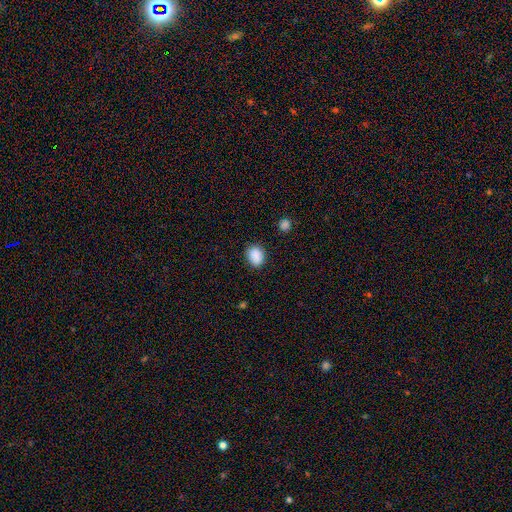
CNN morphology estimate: This is clearly a smooth galaxy (87%). How rounded: possibly in between (58%). Merging: clearly none (80%).